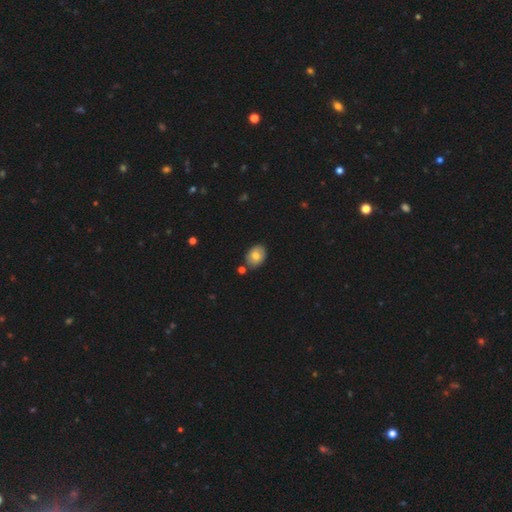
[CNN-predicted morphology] Smooth or featured? Predicted: smooth (p=0.74). How rounded? Predicted: in between (p=0.75). Merging? Predicted: none (p=0.80).